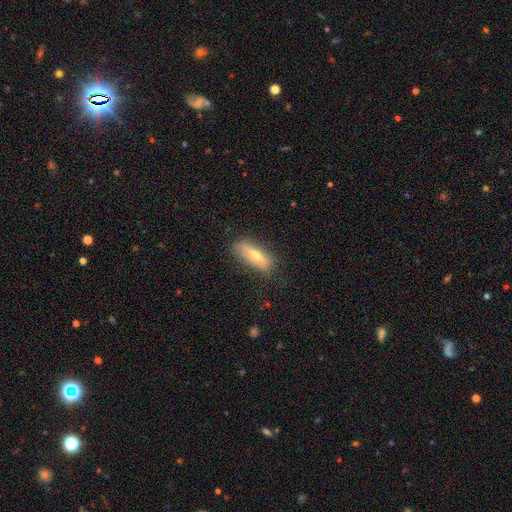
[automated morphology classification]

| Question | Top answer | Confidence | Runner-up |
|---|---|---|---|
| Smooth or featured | smooth | 57% | featured or disk (36%) |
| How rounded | in between | 56% | cigar-shaped (42%) |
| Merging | none | 75% | minor disturbance (18%) |